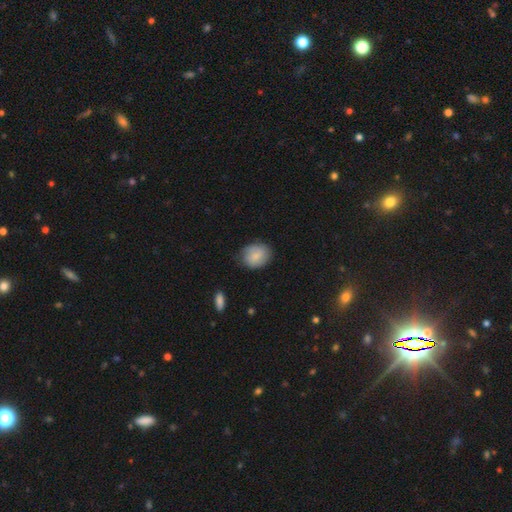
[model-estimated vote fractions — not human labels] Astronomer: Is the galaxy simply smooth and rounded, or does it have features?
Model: smooth — 75%.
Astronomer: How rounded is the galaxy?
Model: in between — 50% (runner-up: round, 49%).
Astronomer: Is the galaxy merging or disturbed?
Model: none — 71%.